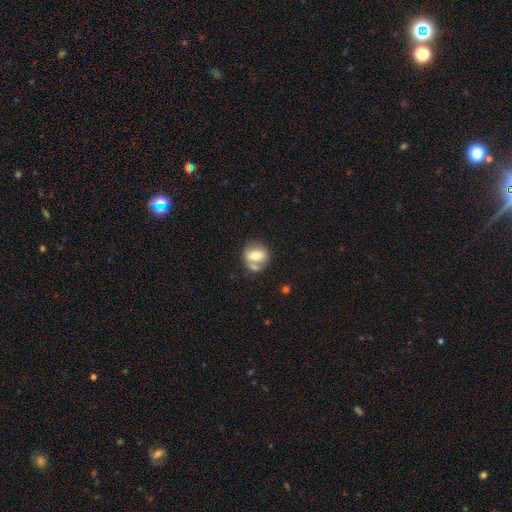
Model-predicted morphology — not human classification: This appears to be a smooth galaxy with no disk features (63%) that is round (73%). Merging: none (53%).